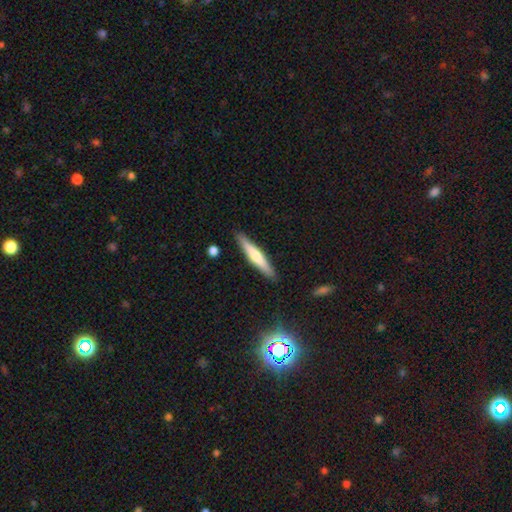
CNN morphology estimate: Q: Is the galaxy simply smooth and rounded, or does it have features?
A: smooth — 54%.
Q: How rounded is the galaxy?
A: cigar-shaped — 92%.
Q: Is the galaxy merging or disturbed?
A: none — 89%.